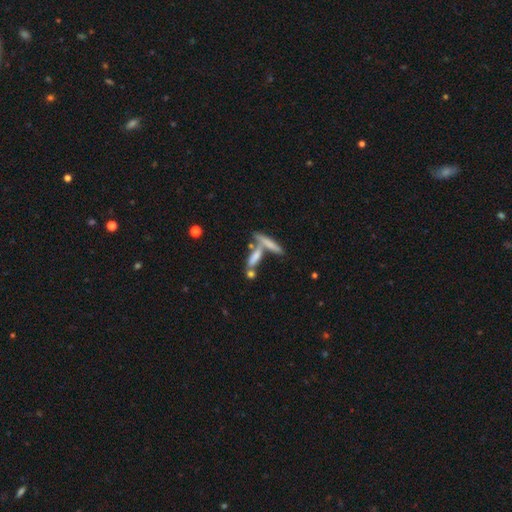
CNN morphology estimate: A smooth galaxy with no disk features (52%) that is cigar-shaped (75%). Merging: none (44%).